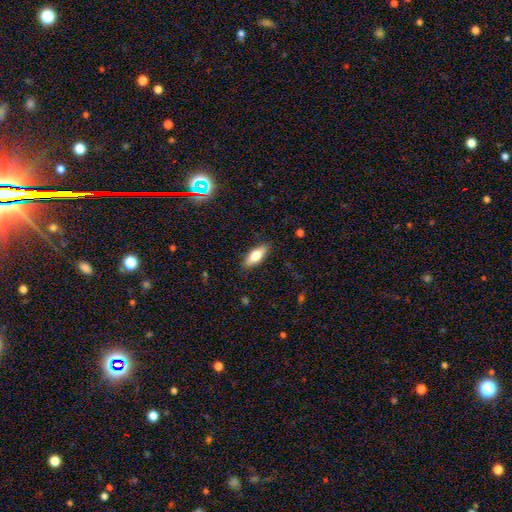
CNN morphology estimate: This is likely a smooth galaxy (68%). How rounded: likely in between (71%). Merging: clearly none (87%).